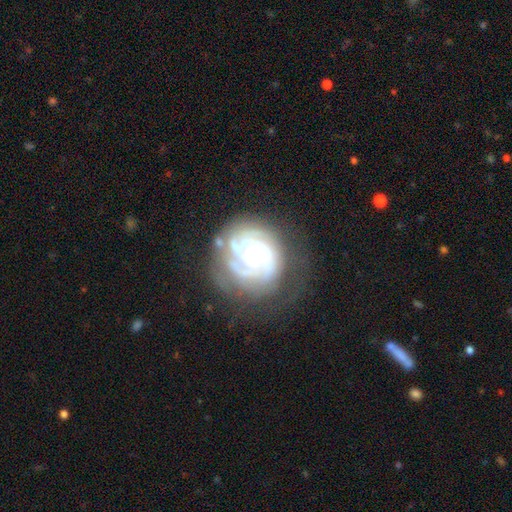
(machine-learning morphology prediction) smooth_or_featured: featured or disk (p=0.88) [alt: smooth p=0.07]
disk_edge_on: no (p=0.98) [alt: yes p=0.02]
bar: no (p=0.71) [alt: weak p=0.22]
has_spiral_arms: yes (p=0.97) [alt: no p=0.03]
spiral_winding: tight (p=0.78) [alt: medium p=0.18]
spiral_arm_count: 3 (p=0.30) [alt: can't tell p=0.25]
bulge_size: moderate (p=0.61) [alt: small p=0.32]
merging: none (p=0.67) [alt: minor disturbance p=0.21]